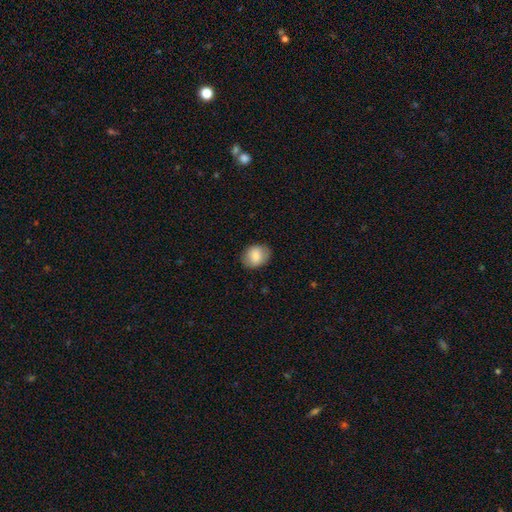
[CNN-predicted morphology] A smooth galaxy with no disk features (81%) that is in between round and cigar-shaped (54%).

Vote fractions:
- Smooth or featured? smooth: 81% / featured or disk: 11% / star or artifact: 8%
- How rounded? in between: 54% / round: 45% / cigar-shaped: 1%
- Merging? none: 84% / minor disturbance: 12% / major disturbance: 3% / merger: 1%